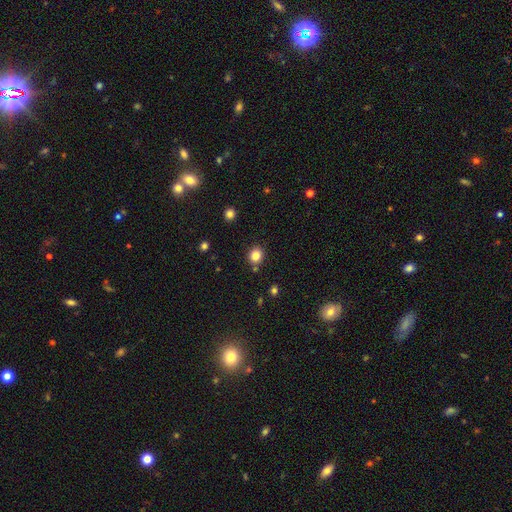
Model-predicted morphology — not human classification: Overall: smooth (82%). How rounded: round (82%). Merging: none (84%).